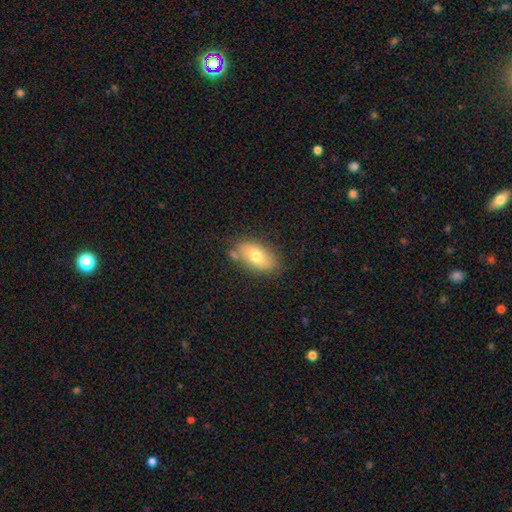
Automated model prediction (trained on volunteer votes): Smooth or featured?
  - smooth: 70% *
  - featured or disk: 22%
  - star or artifact: 8%
How rounded?
  - in between: 90% *
  - round: 6%
  - cigar-shaped: 4%
Merging?
  - none: 75% *
  - minor disturbance: 16%
  - merger: 6%
  - major disturbance: 4%